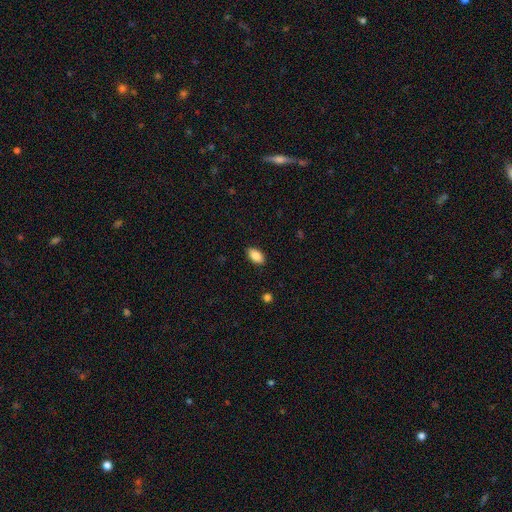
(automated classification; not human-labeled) This is clearly a smooth galaxy (87%). How rounded: clearly in between (93%). Merging: clearly none (89%).